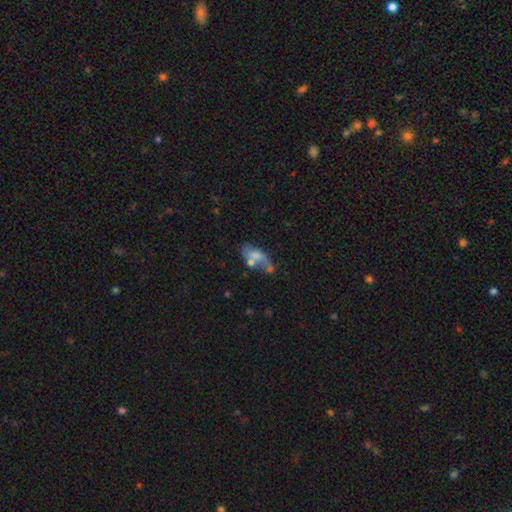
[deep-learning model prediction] A smooth galaxy with no disk features (45%). Merging: none (31%).